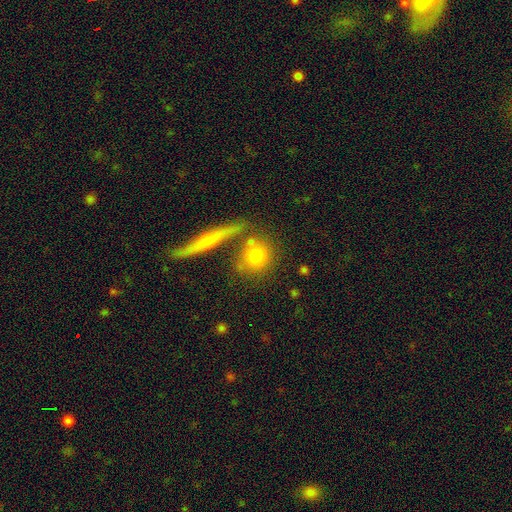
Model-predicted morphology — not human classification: A smooth galaxy with no disk features (72%) that is round (80%). Merging: none (70%).